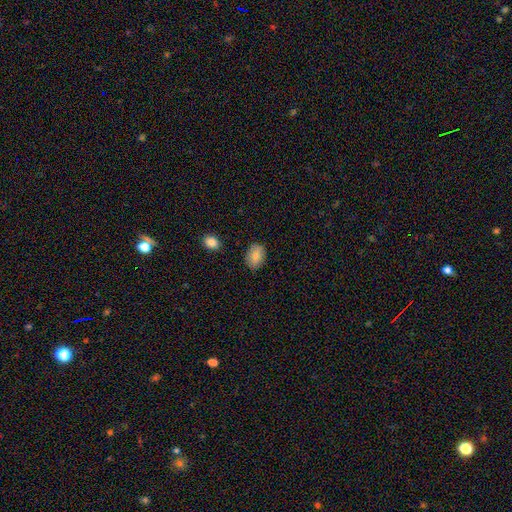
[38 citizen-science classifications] A smooth galaxy with no disk features (95%) that is in between round and cigar-shaped (78%).

Vote fractions:
- Smooth or featured? smooth: 95% / star or artifact: 5% / featured or disk: 0%
- How rounded? in between: 78% / round: 22% / cigar-shaped: 0%
- Merging? none: 81% / minor disturbance: 14% / merger: 6% / major disturbance: 0%